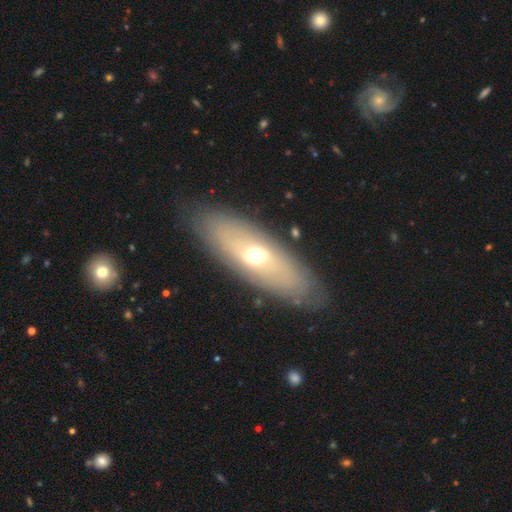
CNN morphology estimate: Smooth or featured: featured or disk — 47% (smooth — 45%)
Merging: none — 83% (minor disturbance — 11%)